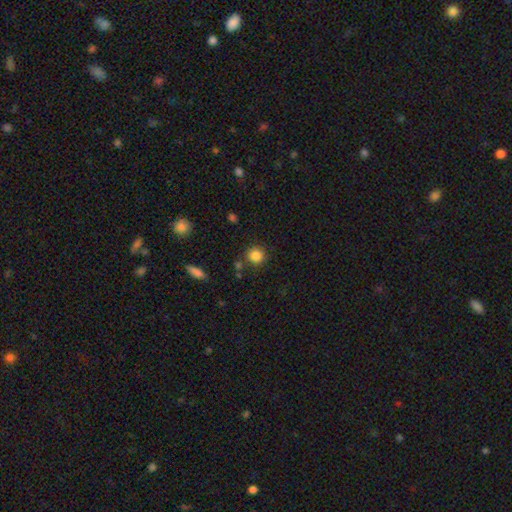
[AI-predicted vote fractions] Smooth or featured?
  - smooth: 85% *
  - star or artifact: 11%
  - featured or disk: 5%
How rounded?
  - round: 89% *
  - in between: 10%
  - cigar-shaped: 1%
Merging?
  - none: 83% *
  - minor disturbance: 9%
  - merger: 5%
  - major disturbance: 3%